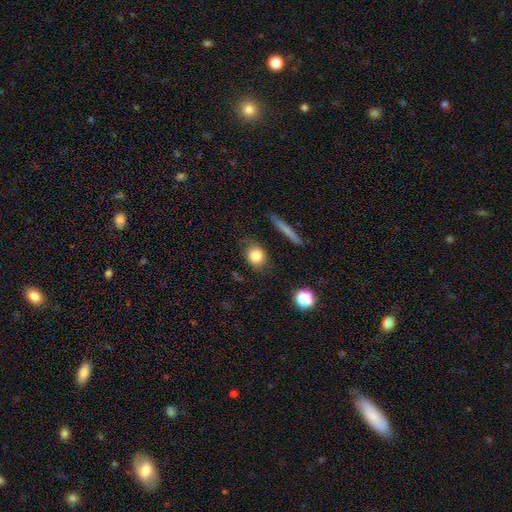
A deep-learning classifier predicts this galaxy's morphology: smooth_or_featured: smooth (p=0.81) [alt: featured or disk p=0.10]
how_rounded: round (p=0.56) [alt: in between p=0.40]
merging: none (p=0.76) [alt: minor disturbance p=0.16]